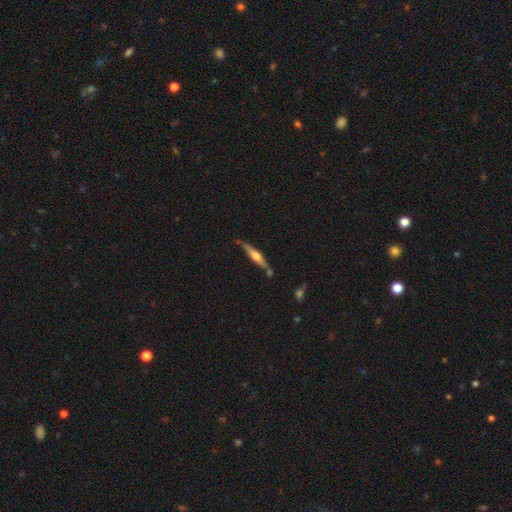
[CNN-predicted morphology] The model was most divided on "smooth or featured": featured or disk: 66%, smooth: 29%, star or artifact: 6%. More confident: edge-on disk — yes (96%); edge-on bulge — rounded (85%); merging — none (77%).